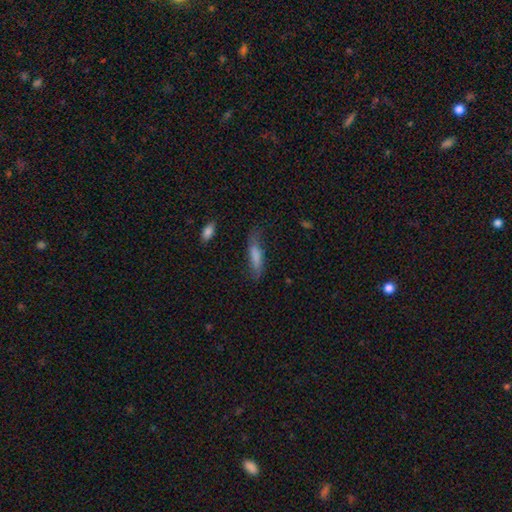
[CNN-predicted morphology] A smooth galaxy with no disk features (73%) that is cigar-shaped (66%). Merging: none (55%).